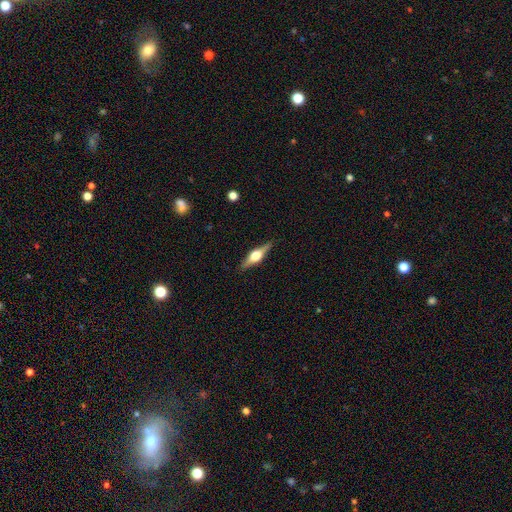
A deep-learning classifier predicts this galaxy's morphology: smooth_or_featured: featured or disk (p=0.73) [alt: smooth p=0.22]
disk_edge_on: yes (p=0.97) [alt: no p=0.03]
edge_on_bulge: rounded (p=0.95) [alt: boxy p=0.04]
merging: none (p=0.89) [alt: minor disturbance p=0.08]